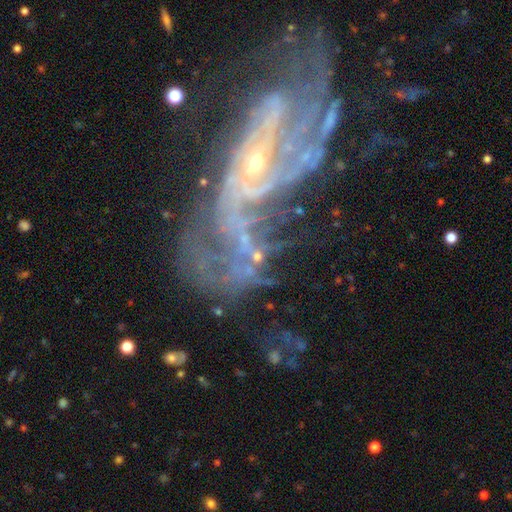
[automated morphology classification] The model was most divided on "spiral winding": tight: 38%, medium: 37%, loose: 25%. Remaining: edge-on disk — no (96%); spiral arms — yes (78%); smooth or featured — featured or disk (74%); bulge size — small (63%); bar — no (54%); merging — none (37%); spiral arm count — can't tell (36%).